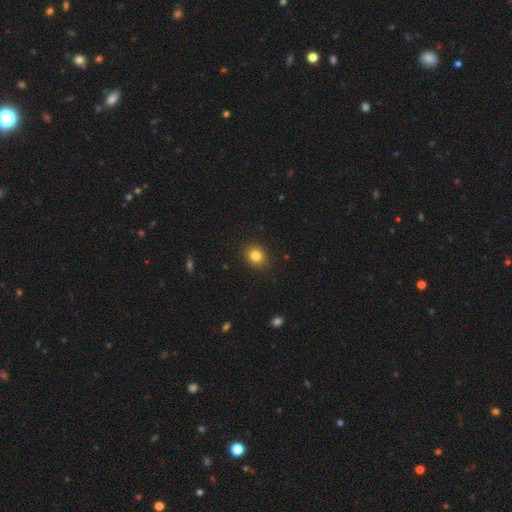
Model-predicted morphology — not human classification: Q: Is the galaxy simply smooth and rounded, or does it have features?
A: smooth — 83%.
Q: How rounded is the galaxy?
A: round — 67%.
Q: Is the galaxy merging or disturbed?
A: none — 90%.